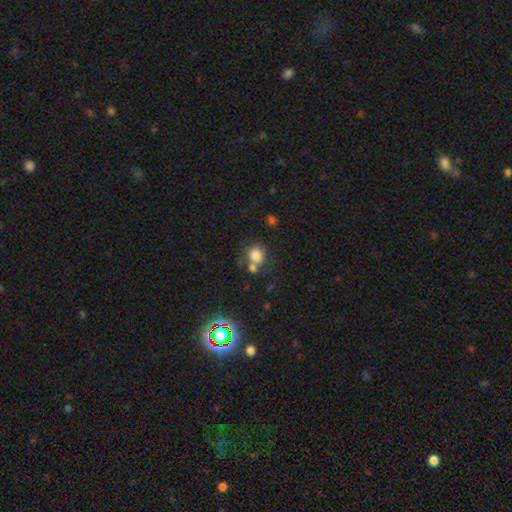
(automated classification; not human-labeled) Smooth or featured: smooth — 78% (star or artifact — 13%)
How rounded: round — 65% (in between — 34%)
Merging: none — 47% (merger — 29%)